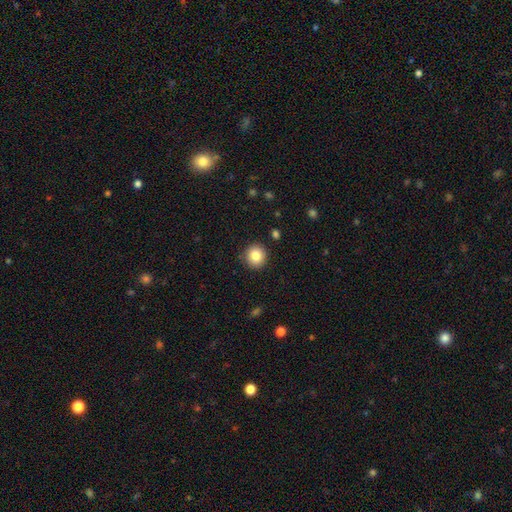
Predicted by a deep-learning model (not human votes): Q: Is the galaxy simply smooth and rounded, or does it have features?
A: smooth — 83%.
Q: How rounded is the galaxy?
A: round — 92%.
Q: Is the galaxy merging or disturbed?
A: none — 91%.